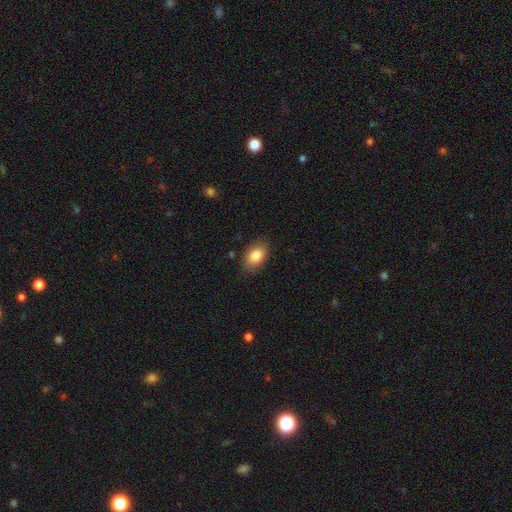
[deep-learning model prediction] smooth_or_featured: smooth (p=0.85) [alt: star or artifact p=0.08]
how_rounded: in between (p=0.86) [alt: round p=0.13]
merging: none (p=0.84) [alt: minor disturbance p=0.12]